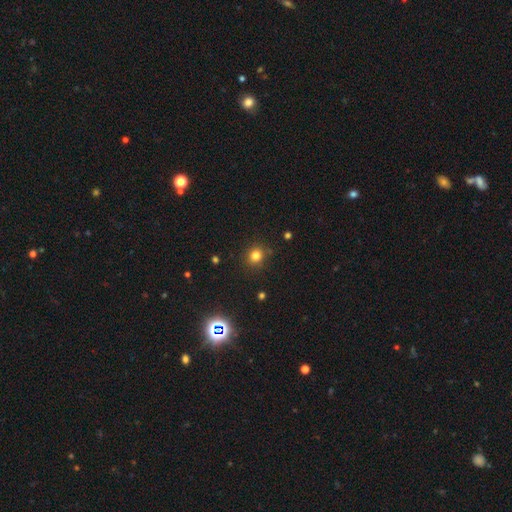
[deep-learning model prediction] The model was most divided on "smooth or featured": smooth: 79%, star or artifact: 16%, featured or disk: 5%. More confident: merging — none (86%); how rounded — round (86%).